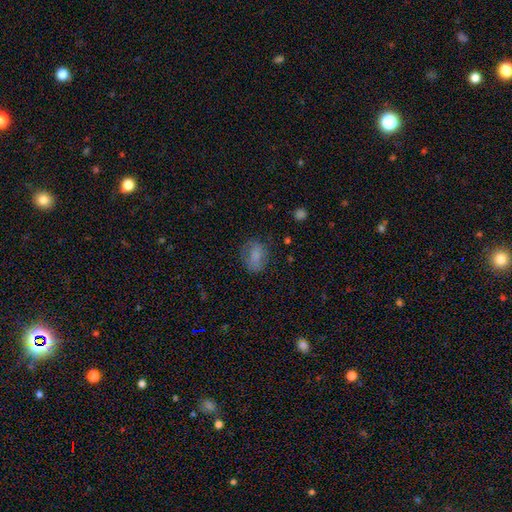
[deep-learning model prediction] This is likely a smooth galaxy (76%). How rounded: likely in between (67%). Merging: likely none (67%).